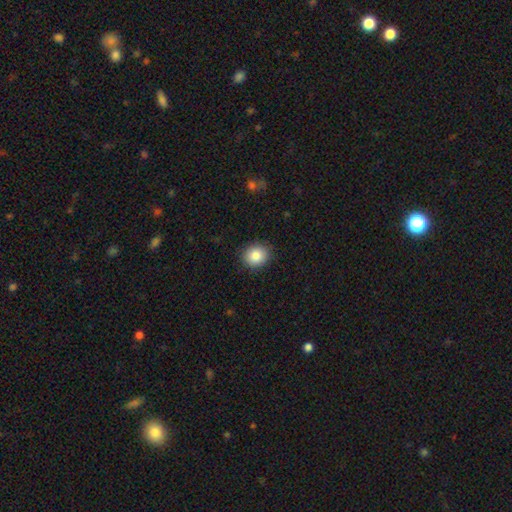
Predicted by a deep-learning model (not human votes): Smooth or featured? Predicted: smooth (p=0.86). How rounded? Predicted: round (p=0.68). Merging? Predicted: none (p=0.89).